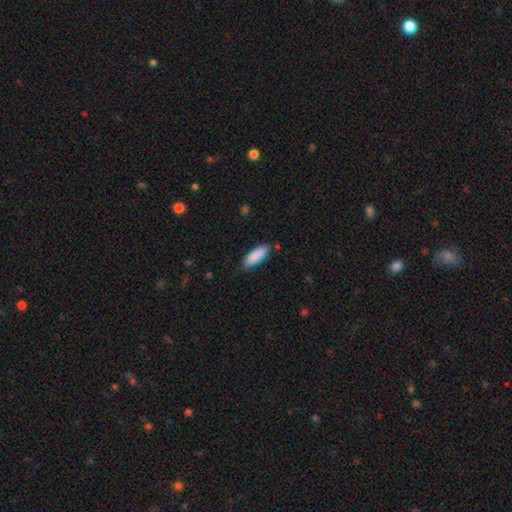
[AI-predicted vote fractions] Q: Smooth or featured?
A: smooth (88%); runner-up: featured or disk (7%)
Q: How rounded?
A: in between (60%); runner-up: cigar-shaped (38%)
Q: Merging?
A: none (80%); runner-up: minor disturbance (15%)